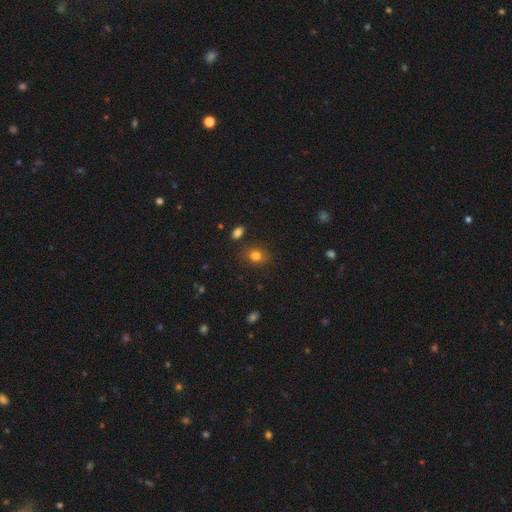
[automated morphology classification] Smooth or featured?
  - smooth: 81% *
  - star or artifact: 12%
  - featured or disk: 7%
How rounded?
  - in between: 49% * (tied)
  - round: 49% * (tied)
  - cigar-shaped: 1%
Merging?
  - none: 79% *
  - minor disturbance: 13%
  - major disturbance: 4%
  - merger: 3%